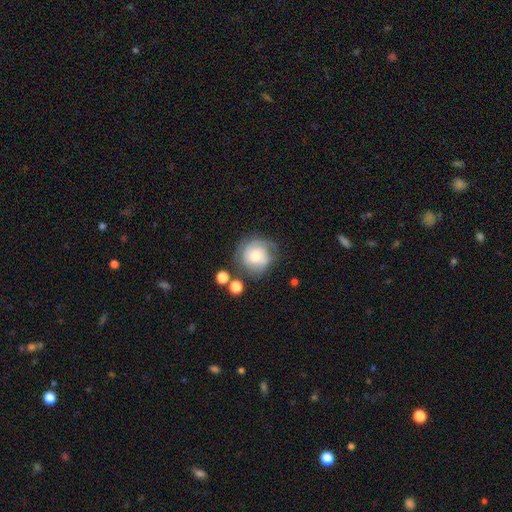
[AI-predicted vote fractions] This appears to be a smooth galaxy with no disk features (50%). Merging: none (57%).